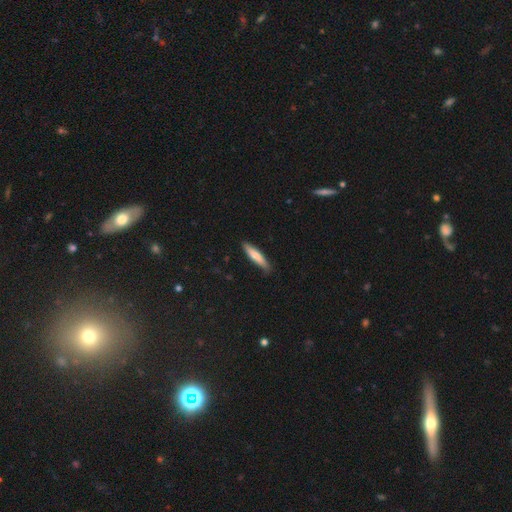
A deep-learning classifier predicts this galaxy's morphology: smooth_or_featured: smooth (p=0.76) [alt: featured or disk p=0.19]
how_rounded: cigar-shaped (p=0.84) [alt: in between p=0.15]
merging: none (p=0.83) [alt: minor disturbance p=0.14]